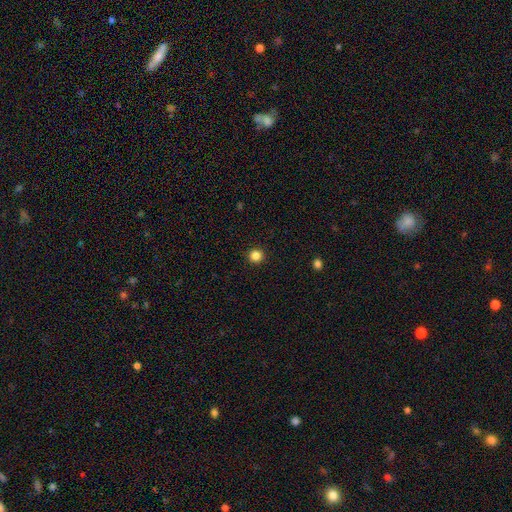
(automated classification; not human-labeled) This appears to be a smooth galaxy with no disk features (85%) that is round (95%). Merging: none (93%).